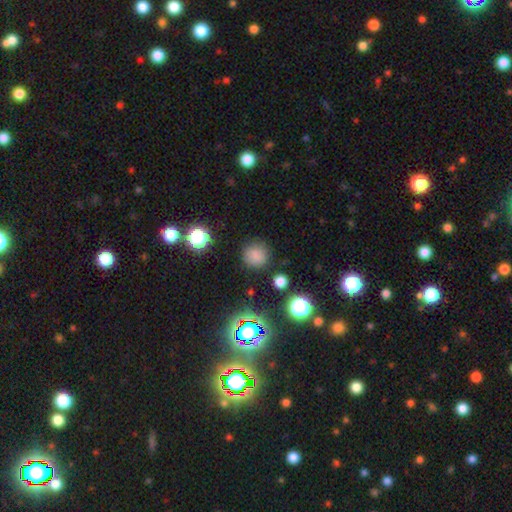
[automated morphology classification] Overall: smooth (78%). How rounded: round (92%). Merging: none (86%).